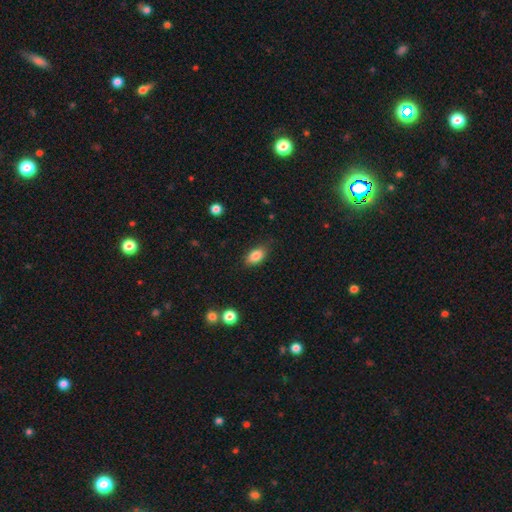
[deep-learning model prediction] Smooth or featured: smooth — 85% (star or artifact — 8%)
How rounded: in between — 89% (round — 8%)
Merging: none — 81% (minor disturbance — 15%)